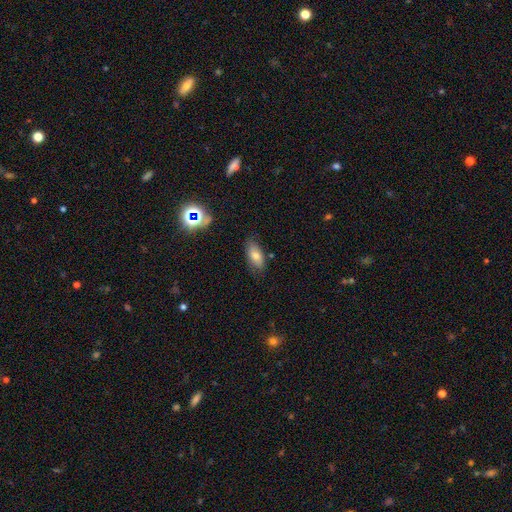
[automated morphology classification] This is likely a smooth galaxy (72%). How rounded: clearly in between (88%). Merging: likely none (77%).